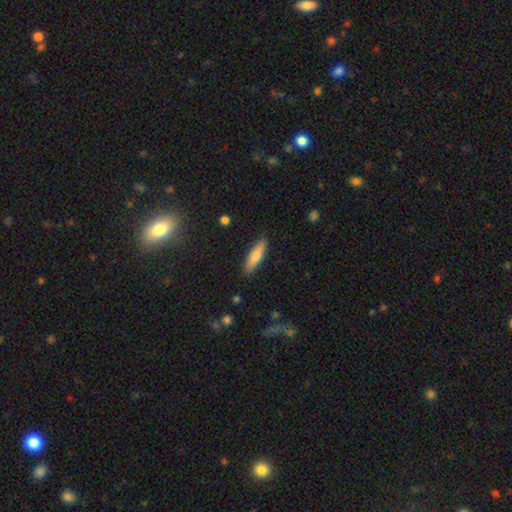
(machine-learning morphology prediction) This appears to be a smooth galaxy with no disk features (78%) that is cigar-shaped (67%). Merging: none (88%).